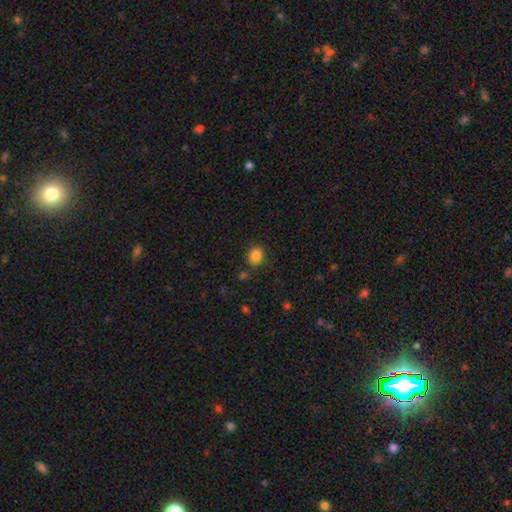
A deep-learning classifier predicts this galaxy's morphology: Smooth or featured?
  - smooth: 85% *
  - star or artifact: 10%
  - featured or disk: 4%
How rounded?
  - round: 53% *
  - in between: 46%
  - cigar-shaped: 1%
Merging?
  - none: 83% *
  - minor disturbance: 11%
  - merger: 4%
  - major disturbance: 3%